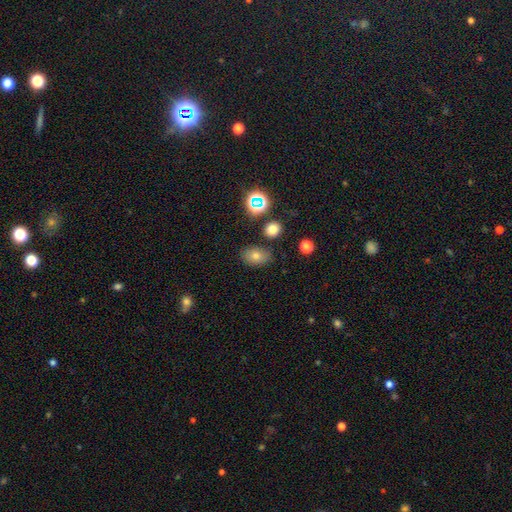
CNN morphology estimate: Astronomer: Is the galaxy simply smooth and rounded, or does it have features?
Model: smooth — 70%.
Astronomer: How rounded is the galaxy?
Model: in between — 82%.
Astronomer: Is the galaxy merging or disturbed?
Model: none — 80%.